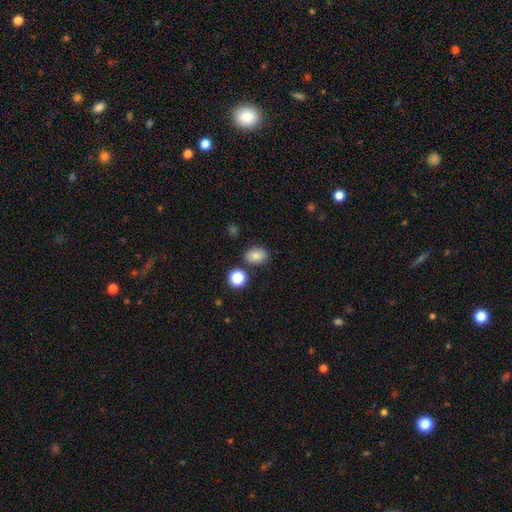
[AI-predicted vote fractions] Overall: smooth (80%). How rounded: in between (66%; round 33%). Merging: none (80%).